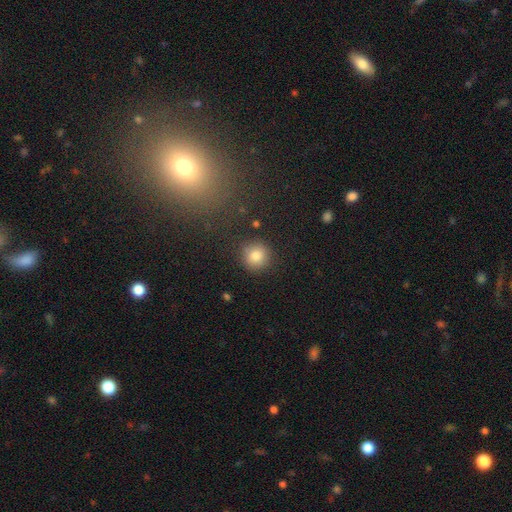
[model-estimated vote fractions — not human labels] The model was most divided on "smooth or featured": smooth: 82%, star or artifact: 11%, featured or disk: 7%. More confident: how rounded — round (92%); merging — none (88%).